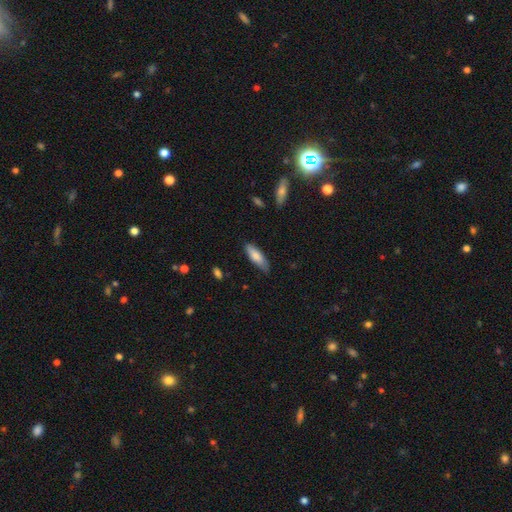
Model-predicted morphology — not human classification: Overall: smooth (79%). How rounded: in between (55%; cigar-shaped 44%). Merging: none (79%).